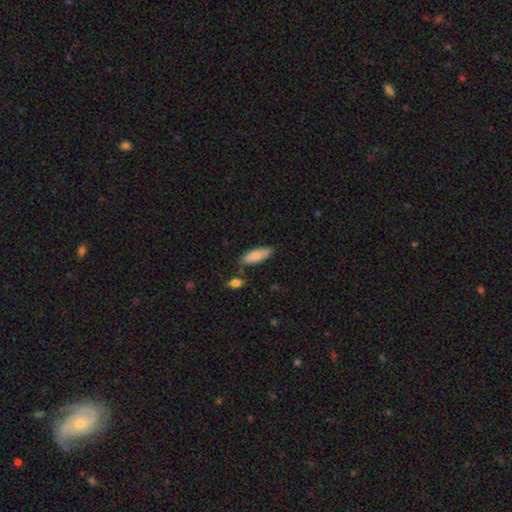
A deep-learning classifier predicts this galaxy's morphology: A smooth galaxy with no disk features (84%) that is in between round and cigar-shaped (65%).

Vote fractions:
- Smooth or featured? smooth: 84% / featured or disk: 10% / star or artifact: 6%
- How rounded? in between: 65% / cigar-shaped: 33% / round: 2%
- Merging? none: 77% / minor disturbance: 16% / merger: 4% / major disturbance: 3%